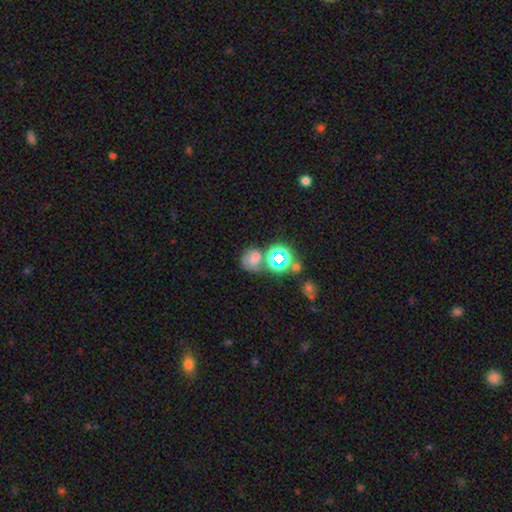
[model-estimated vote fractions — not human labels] Smooth or featured: star or artifact — 46% (smooth — 38%)